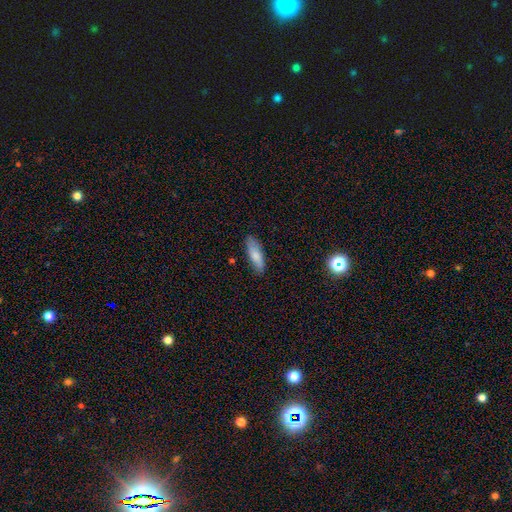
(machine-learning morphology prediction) type=smooth (79%); roundness=in between (52%); merging=none (82%).